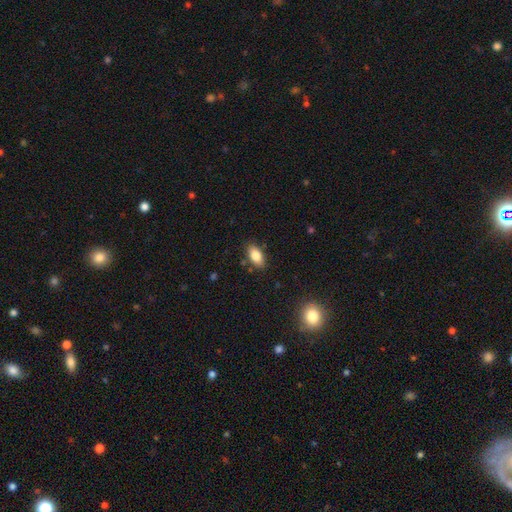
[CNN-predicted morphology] The model was most divided on "merging": none: 84%, minor disturbance: 11%, major disturbance: 2%, merger: 2%. More confident: how rounded — in between (91%); smooth or featured — smooth (83%).